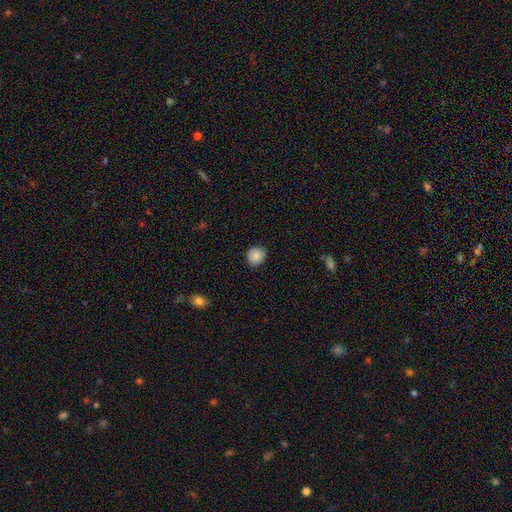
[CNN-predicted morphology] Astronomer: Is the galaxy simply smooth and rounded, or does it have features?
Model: smooth — 87%.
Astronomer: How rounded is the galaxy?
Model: round — 87%.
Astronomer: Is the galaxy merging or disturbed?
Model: none — 86%.